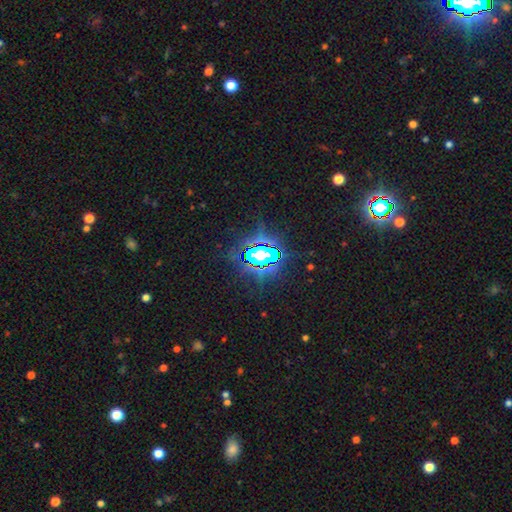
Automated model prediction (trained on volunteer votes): Q: Smooth or featured?
A: star or artifact (82%); runner-up: smooth (10%)